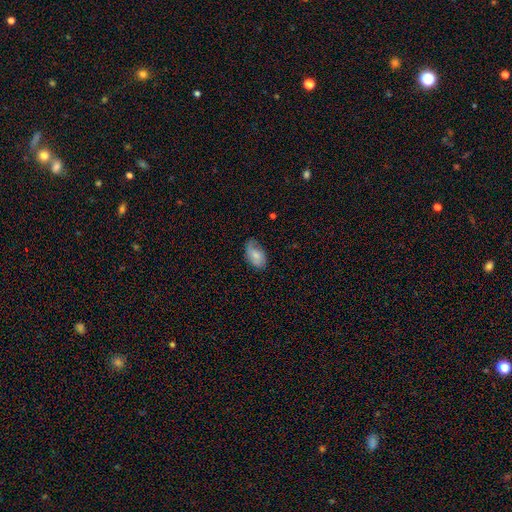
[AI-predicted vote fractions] A smooth galaxy with no disk features (65%) that is in between round and cigar-shaped (93%).

Vote fractions:
- Smooth or featured? smooth: 65% / featured or disk: 28% / star or artifact: 7%
- How rounded? in between: 93% / round: 5% / cigar-shaped: 2%
- Merging? none: 60% / minor disturbance: 30% / major disturbance: 9% / merger: 1%